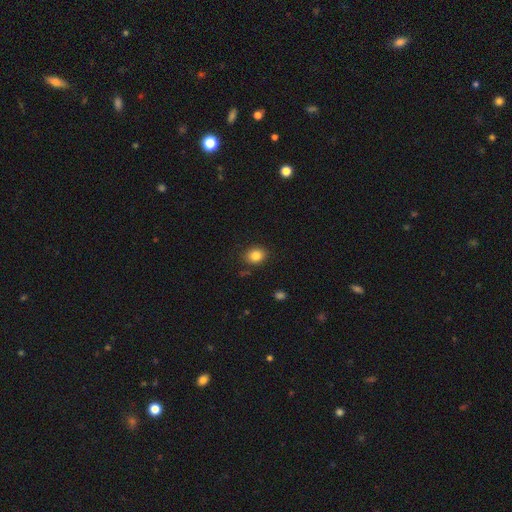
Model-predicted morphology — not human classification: Smooth or featured: smooth — 84% (star or artifact — 10%)
How rounded: round — 61% (in between — 38%)
Merging: none — 86% (minor disturbance — 9%)